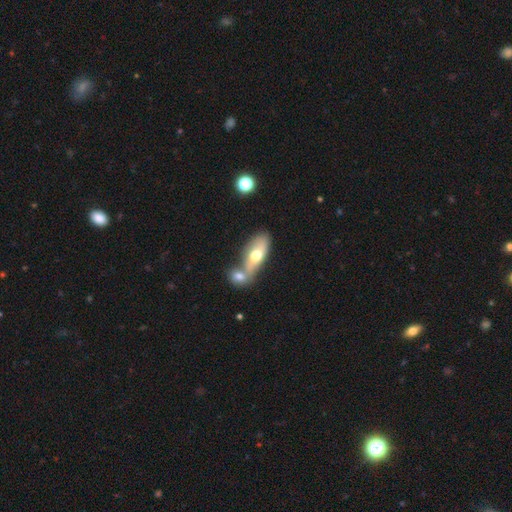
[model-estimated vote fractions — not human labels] Morphology: type=smooth (64%); roundness=in between (78%); merging=merger (53%).